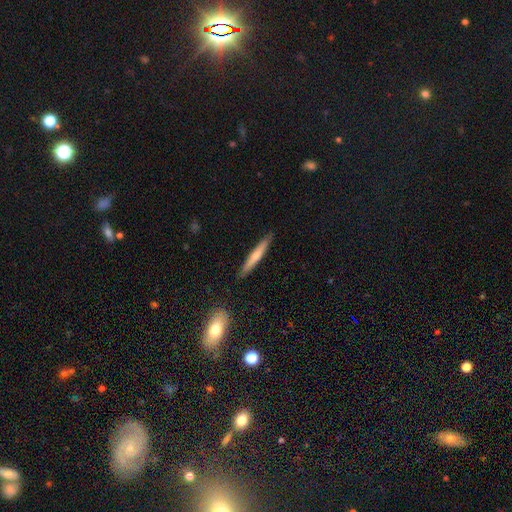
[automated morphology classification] Smooth or featured: smooth — 59% (featured or disk — 35%)
How rounded: cigar-shaped — 95% (in between — 4%)
Merging: none — 89% (minor disturbance — 8%)